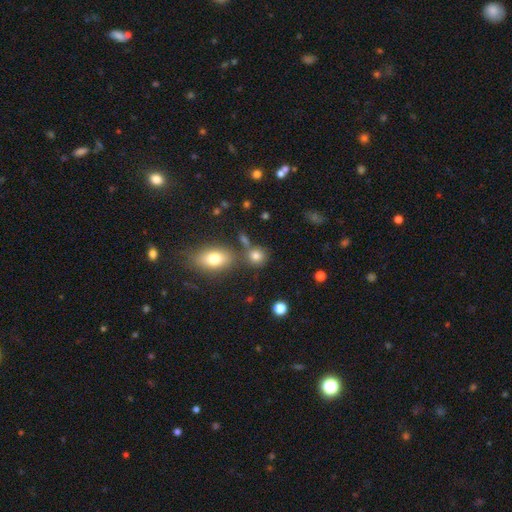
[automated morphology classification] A smooth galaxy with no disk features (80%) that is round (78%). Merging: none (67%).